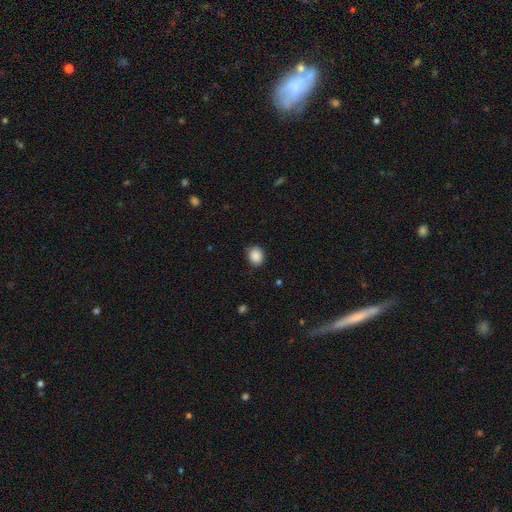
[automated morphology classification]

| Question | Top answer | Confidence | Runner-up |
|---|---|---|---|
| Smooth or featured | smooth | 88% | star or artifact (8%) |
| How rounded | round | 61% | in between (38%) |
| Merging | none | 83% | minor disturbance (13%) |